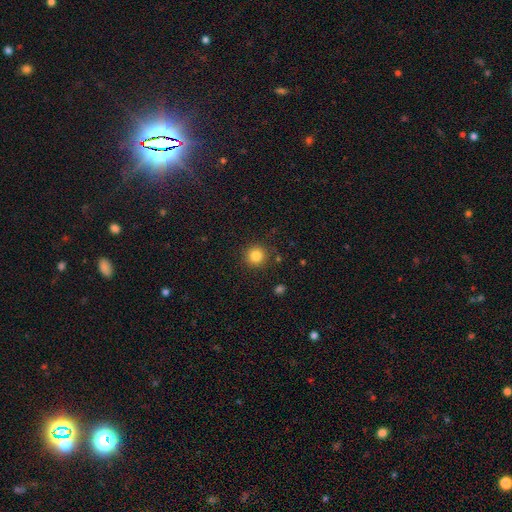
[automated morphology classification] Smooth or featured: smooth — 84% (star or artifact — 11%)
How rounded: round — 94% (in between — 5%)
Merging: none — 88% (minor disturbance — 7%)